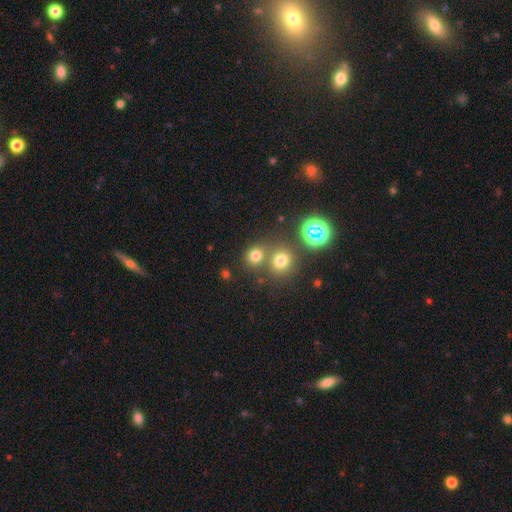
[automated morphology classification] This appears to be a smooth galaxy with no disk features (69%) that is round (83%). Merging: none (63%).